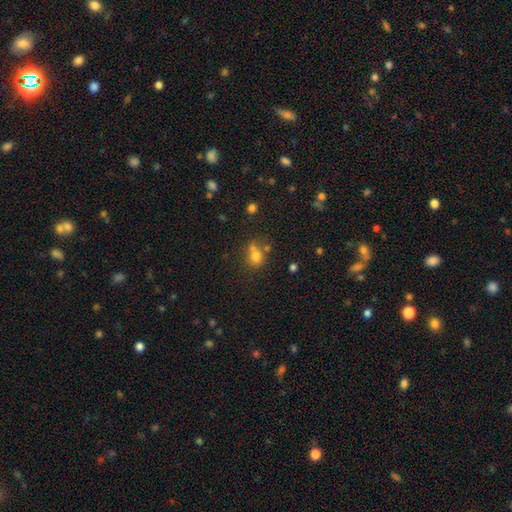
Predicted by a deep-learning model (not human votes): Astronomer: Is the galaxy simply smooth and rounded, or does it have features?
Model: smooth — 72%.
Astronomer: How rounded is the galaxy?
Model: round — 63%.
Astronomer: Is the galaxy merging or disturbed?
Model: none — 45% (runner-up: merger, 33%).